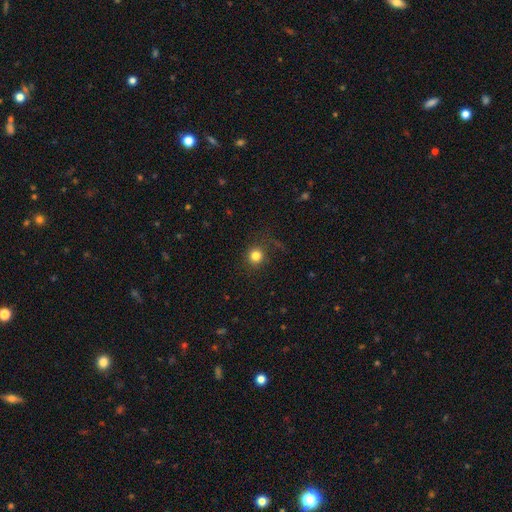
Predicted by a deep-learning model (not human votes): Overall: smooth (81%). How rounded: round (92%). Merging: none (82%).